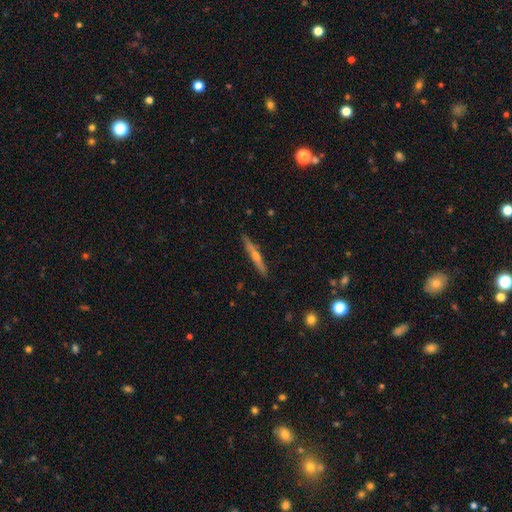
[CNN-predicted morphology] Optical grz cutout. It shows a featured or disk galaxy (66%) viewed edge-on (97%) with a rounded central bulge (79%). Merging: none (89%).